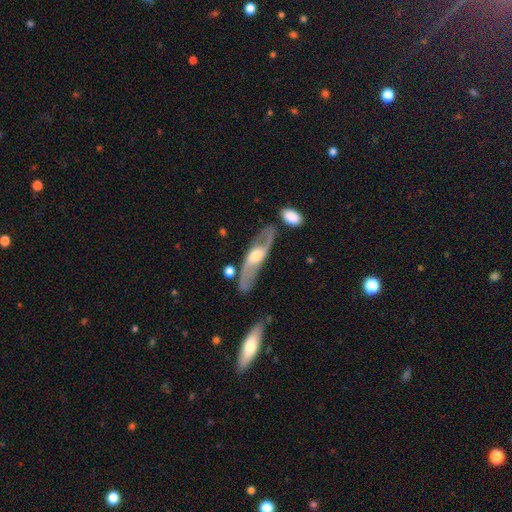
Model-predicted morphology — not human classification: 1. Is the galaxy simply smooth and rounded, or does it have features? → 79% featured or disk, 16% smooth, 5% star or artifact.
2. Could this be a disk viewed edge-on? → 70% no, 30% yes.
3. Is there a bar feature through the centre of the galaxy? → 48% no, 36% weak, 16% strong.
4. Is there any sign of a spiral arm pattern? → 88% yes, 12% no.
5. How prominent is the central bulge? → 65% moderate, 19% small, 13% large, 2% none, 1% dominant.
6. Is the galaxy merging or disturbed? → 68% none, 18% minor disturbance, 8% major disturbance, 6% merger.